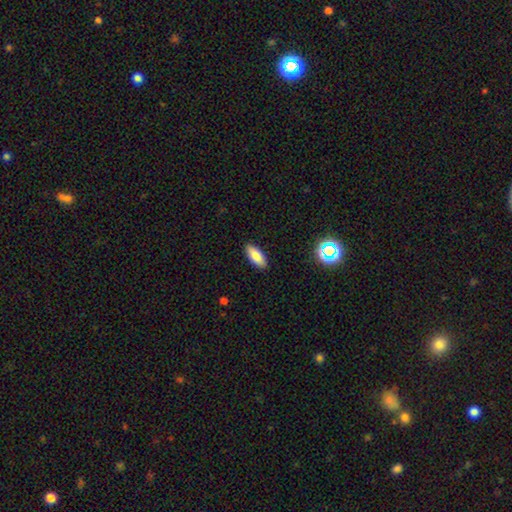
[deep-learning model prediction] Smooth or featured? smooth (81%)
How rounded? in between (81%)
Merging? none (89%)